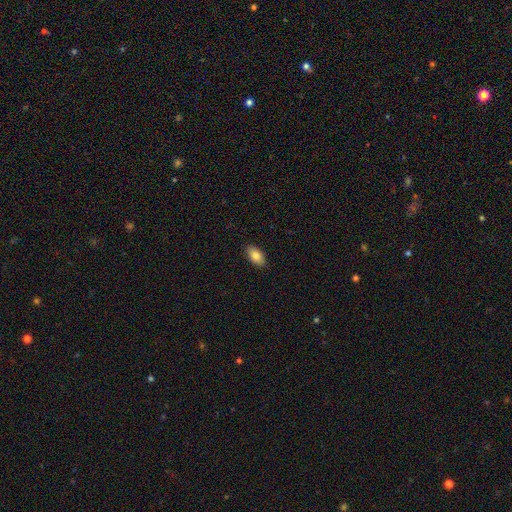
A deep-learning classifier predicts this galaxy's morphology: smooth-or-featured: smooth: 84% | featured or disk: 9% | star or artifact: 7%
  how-rounded: in between: 93% | round: 4% | cigar-shaped: 3%
  merging: none: 89% | minor disturbance: 8% | major disturbance: 2% | merger: 1%